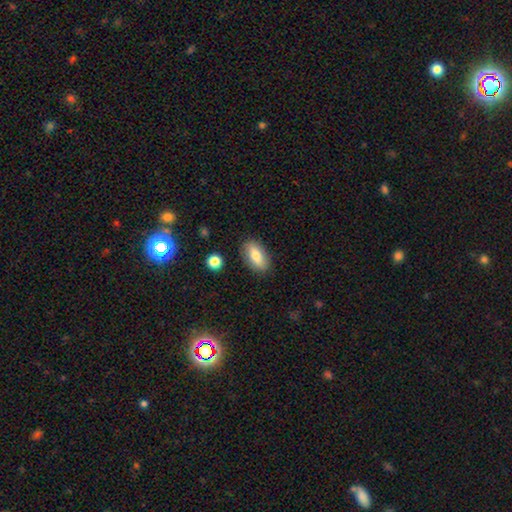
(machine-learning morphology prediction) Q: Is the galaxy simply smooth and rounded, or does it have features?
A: smooth — 73%.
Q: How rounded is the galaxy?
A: in between — 86%.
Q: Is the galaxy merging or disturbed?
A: none — 85%.